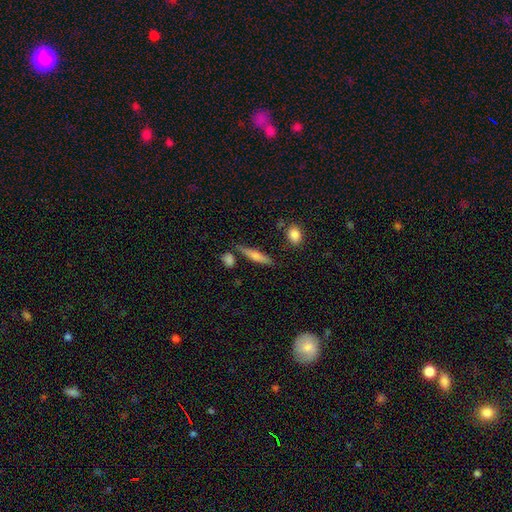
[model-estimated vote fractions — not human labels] Smooth or featured? Predicted: smooth (p=0.63). How rounded? Predicted: cigar-shaped (p=0.82). Merging? Predicted: none (p=0.77).